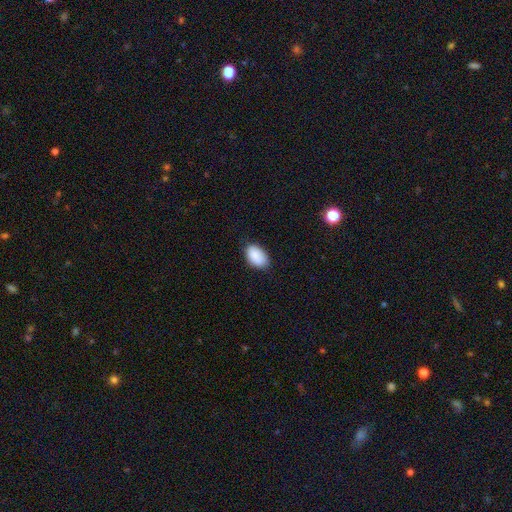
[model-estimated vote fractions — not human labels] A smooth galaxy with no disk features (88%) that is in between round and cigar-shaped (92%). Merging: none (80%).